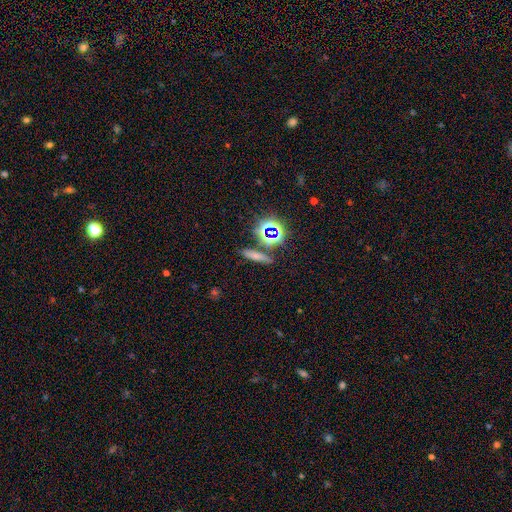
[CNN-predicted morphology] The model was most divided on "smooth or featured": smooth: 58%, star or artifact: 26%, featured or disk: 16%. More confident: merging — none (79%); how rounded — cigar-shaped (71%).